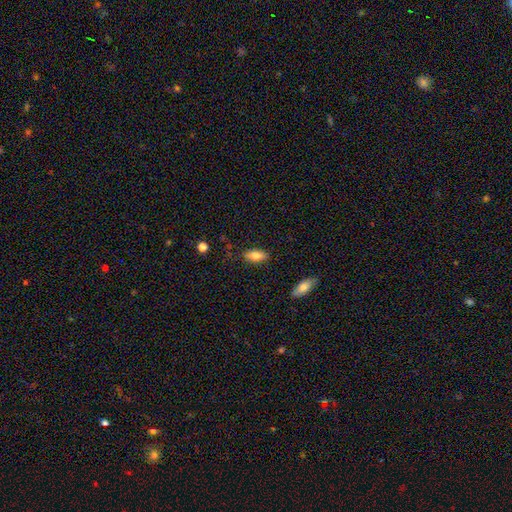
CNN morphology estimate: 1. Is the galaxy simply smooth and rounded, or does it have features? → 78% smooth, 15% featured or disk, 7% star or artifact.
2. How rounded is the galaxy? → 82% in between, 15% cigar-shaped, 3% round.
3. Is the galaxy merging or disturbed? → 83% none, 12% minor disturbance, 3% major disturbance, 2% merger.